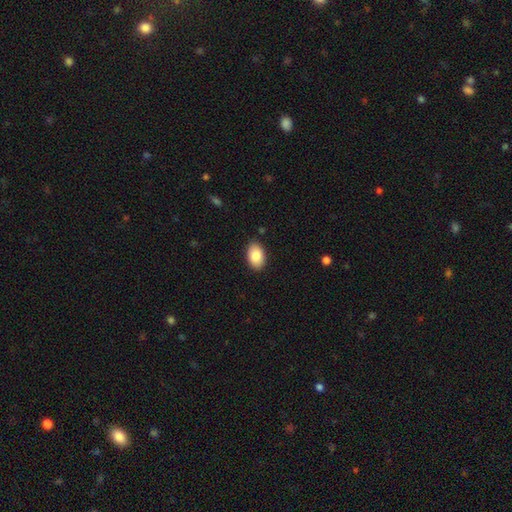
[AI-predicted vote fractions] Smooth or featured? Predicted: smooth (p=0.86). How rounded? Predicted: in between (p=0.91). Merging? Predicted: none (p=0.88).